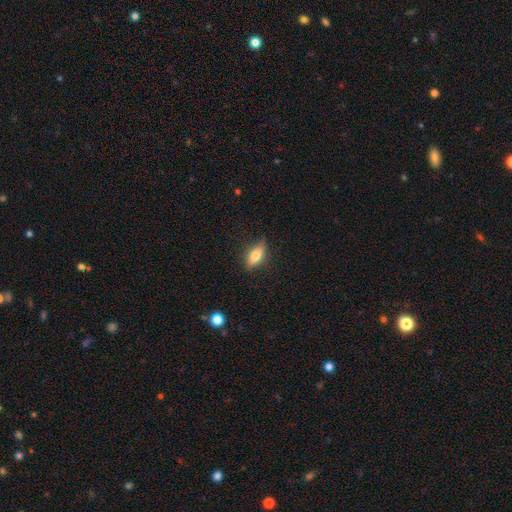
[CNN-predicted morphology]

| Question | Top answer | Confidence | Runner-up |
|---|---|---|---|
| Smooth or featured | smooth | 59% | featured or disk (33%) |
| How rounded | in between | 65% | cigar-shaped (30%) |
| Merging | none | 80% | minor disturbance (15%) |